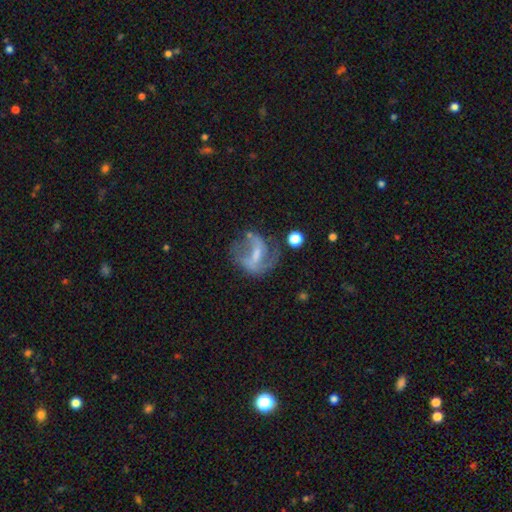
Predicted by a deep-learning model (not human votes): This appears to be a featured or disk galaxy (68%) with a weak bar (42%), spiral arms (69%) and a small central bulge (37%). Merging: none (45%).